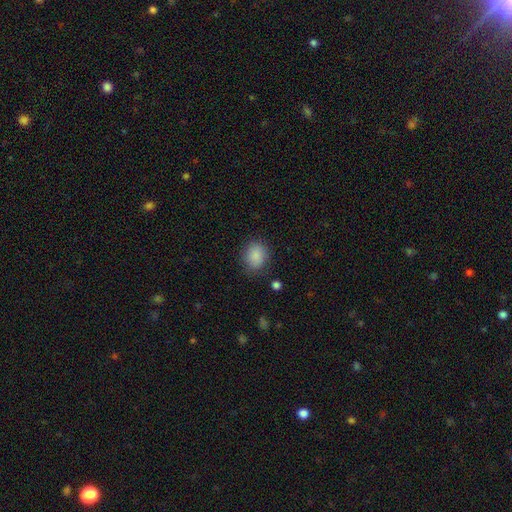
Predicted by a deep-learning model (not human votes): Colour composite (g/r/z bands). It shows a smooth galaxy with no disk features (87%) that is round (68%). Merging: none (80%).